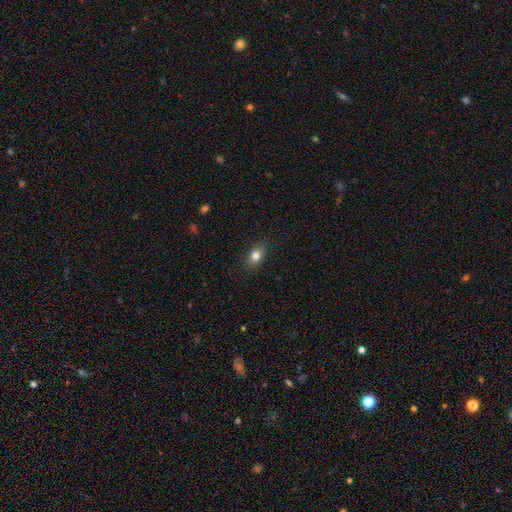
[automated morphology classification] A smooth galaxy with no disk features (81%) that is in between round and cigar-shaped (73%). Merging: none (85%).